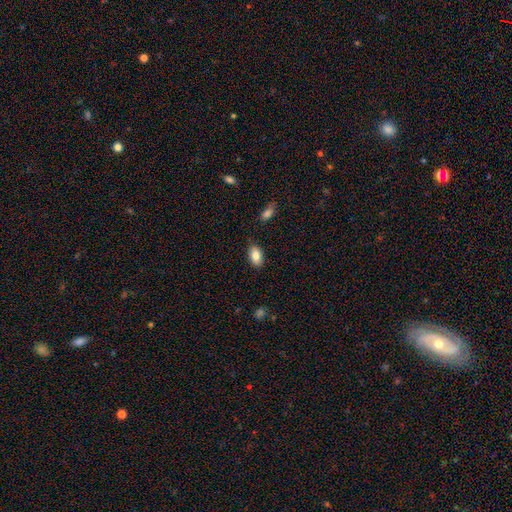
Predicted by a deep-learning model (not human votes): Overall: smooth (83%). How rounded: in between (91%). Merging: none (86%).